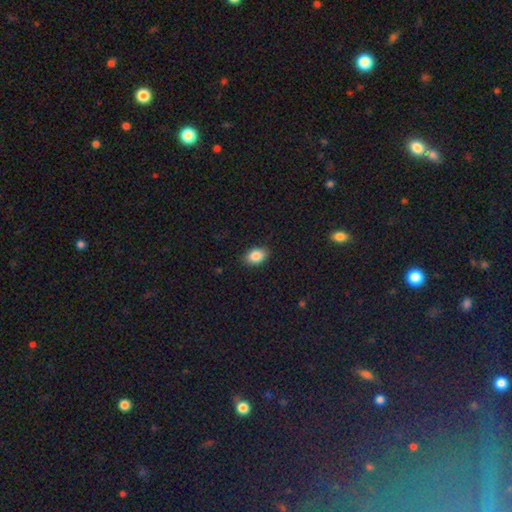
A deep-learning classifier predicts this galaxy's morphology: This is clearly a smooth galaxy (85%). How rounded: clearly in between (82%). Merging: clearly none (87%).